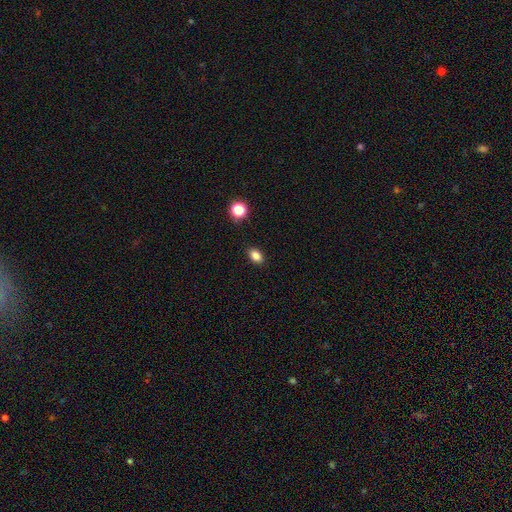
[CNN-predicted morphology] Smooth or featured? smooth (84%)
How rounded? in between (82%)
Merging? none (88%)